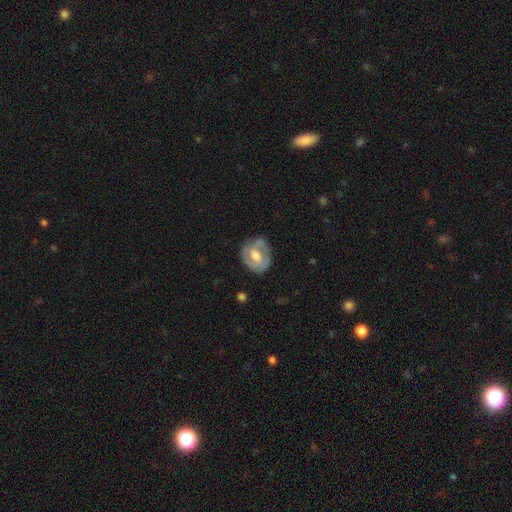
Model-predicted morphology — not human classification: The model was most divided on "bar": weak: 46%, no: 37%, strong: 17%. More confident: edge-on disk — no (96%); bulge size — moderate (68%); merging — none (65%); smooth or featured — featured or disk (59%); spiral arms — yes (58%).